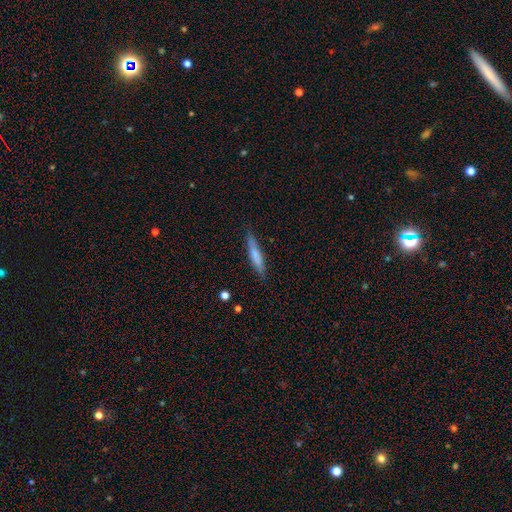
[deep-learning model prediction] Smooth or featured?
  - smooth: 72% *
  - featured or disk: 22%
  - star or artifact: 6%
How rounded?
  - cigar-shaped: 88% *
  - in between: 10%
  - round: 1%
Merging?
  - none: 84% *
  - minor disturbance: 12%
  - major disturbance: 2%
  - merger: 1%